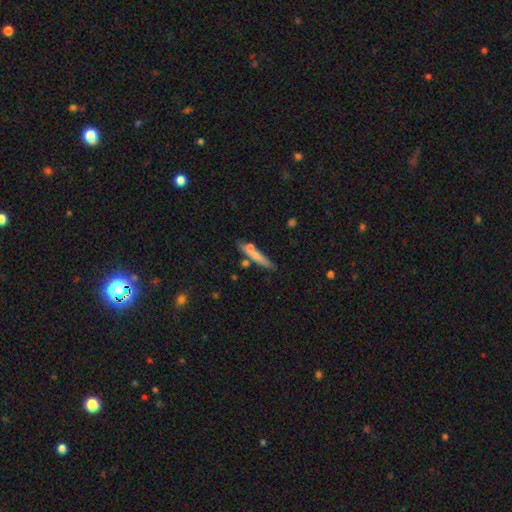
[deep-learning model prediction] Smooth or featured?
  - smooth: 65% *
  - featured or disk: 28%
  - star or artifact: 7%
How rounded?
  - cigar-shaped: 88% *
  - in between: 10%
  - round: 2%
Merging?
  - none: 66% *
  - minor disturbance: 16%
  - merger: 14%
  - major disturbance: 5%